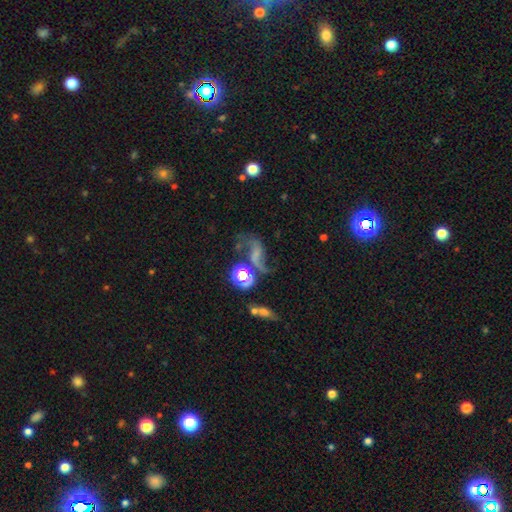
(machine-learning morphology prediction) Overall: featured or disk (58%; smooth 22%). Edge-on disk: no (95%). Bar: no (52%; weak 32%). Spiral arms: yes (85%). Bulge size: none (48%; small 26%). Merging: none (42%; major disturbance 26%).